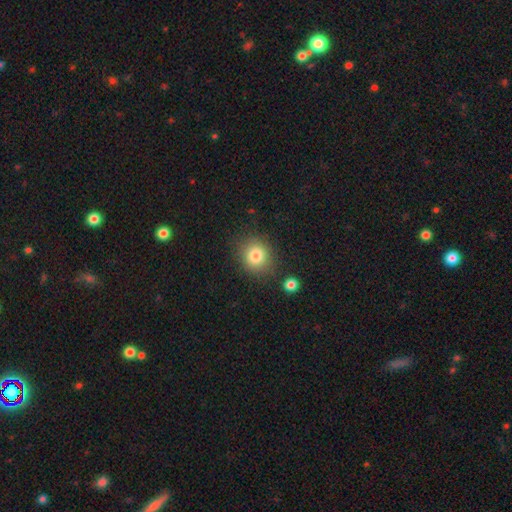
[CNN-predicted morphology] Smooth or featured: smooth — 81% (star or artifact — 11%)
How rounded: round — 79% (in between — 20%)
Merging: none — 82% (minor disturbance — 10%)